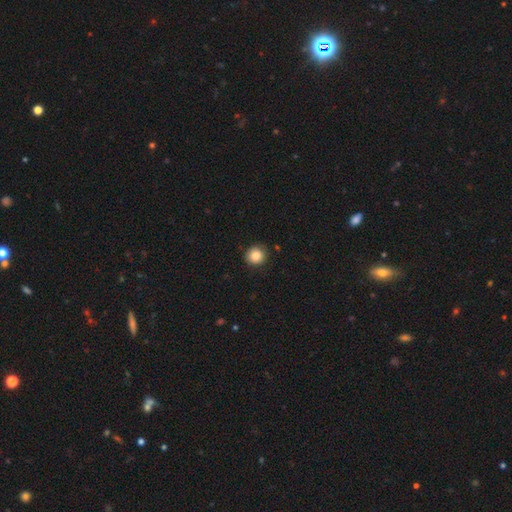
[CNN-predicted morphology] smooth_or_featured: smooth (p=0.86) [alt: star or artifact p=0.10]
how_rounded: round (p=0.92) [alt: in between p=0.07]
merging: none (p=0.88) [alt: minor disturbance p=0.09]